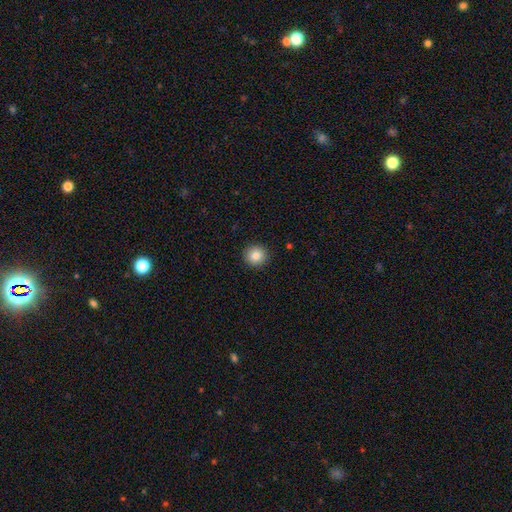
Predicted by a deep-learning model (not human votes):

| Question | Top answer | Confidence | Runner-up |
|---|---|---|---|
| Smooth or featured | smooth | 84% | star or artifact (10%) |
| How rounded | round | 93% | in between (6%) |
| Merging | none | 92% | minor disturbance (5%) |